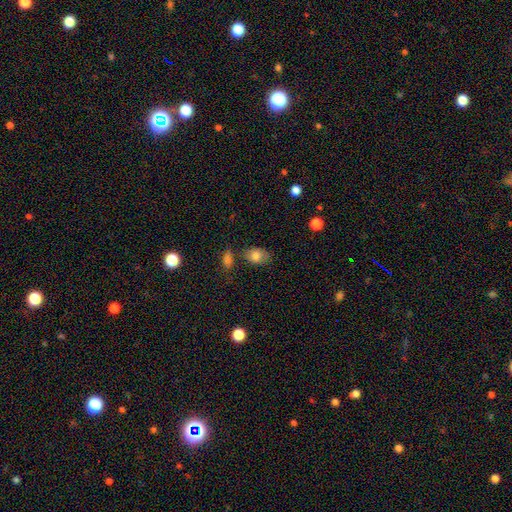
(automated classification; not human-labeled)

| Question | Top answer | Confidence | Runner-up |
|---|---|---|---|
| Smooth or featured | smooth | 80% | featured or disk (11%) |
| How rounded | in between | 81% | round (18%) |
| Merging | none | 64% | minor disturbance (20%) |